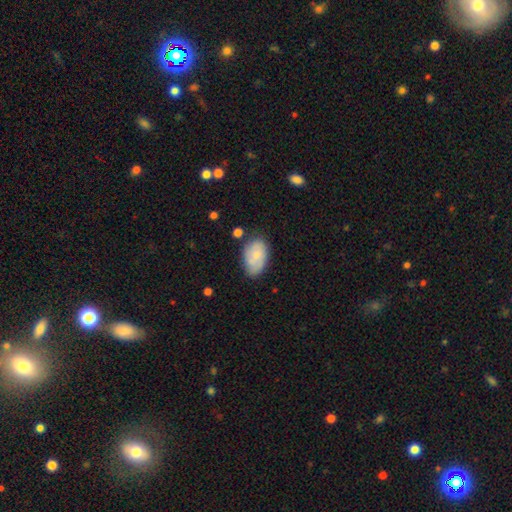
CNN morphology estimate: This is possibly a smooth galaxy (60%). How rounded: clearly in between (90%). Merging: likely none (66%).